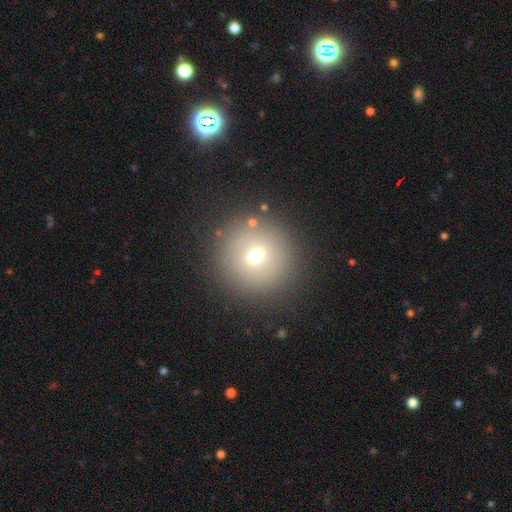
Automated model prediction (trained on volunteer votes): A smooth galaxy with no disk features (65%) that is round (93%). Merging: none (86%).